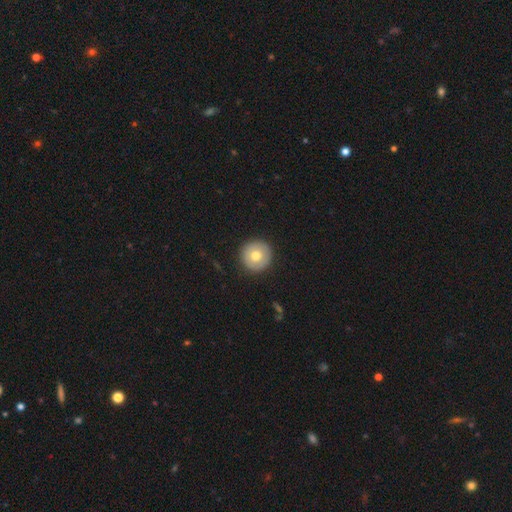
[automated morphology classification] smooth-or-featured: smooth: 71% | featured or disk: 22% | star or artifact: 8%
  how-rounded: round: 96% | in between: 3% | cigar-shaped: 1%
  merging: none: 92% | minor disturbance: 5% | major disturbance: 2% | merger: 1%